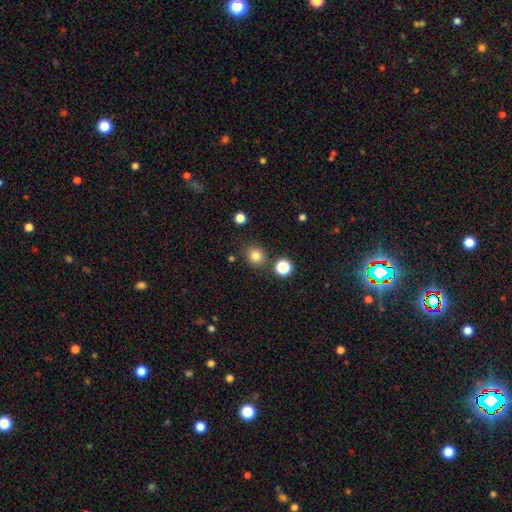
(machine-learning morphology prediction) smooth 81%, star or artifact 13%, featured or disk 6%. Down the decision tree: how rounded — round (79%); merging — none (83%).